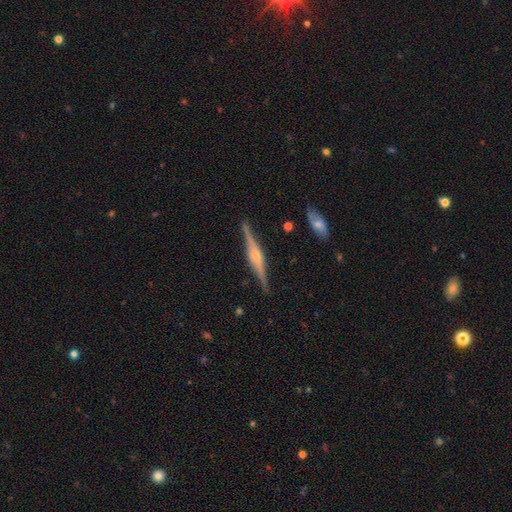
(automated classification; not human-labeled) Smooth or featured?
  - featured or disk: 82% *
  - smooth: 13%
  - star or artifact: 5%
Edge-on disk?
  - yes: 98% *
  - no: 2%
Edge-on bulge?
  - rounded: 66% *
  - boxy: 27%
  - none: 7%
Merging?
  - none: 89% *
  - minor disturbance: 8%
  - major disturbance: 2%
  - merger: 1%